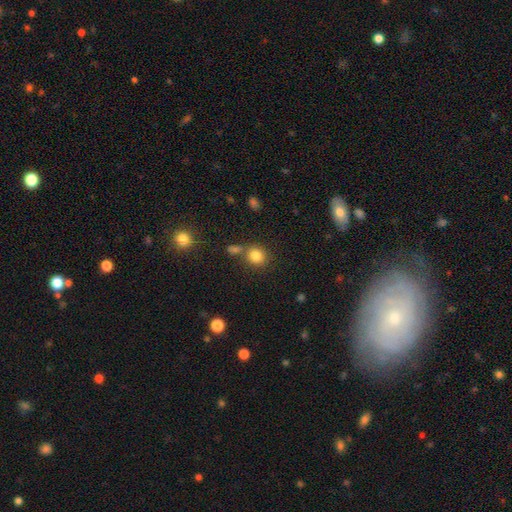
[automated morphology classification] A smooth galaxy with no disk features (83%) that is round (81%). Merging: none (70%).